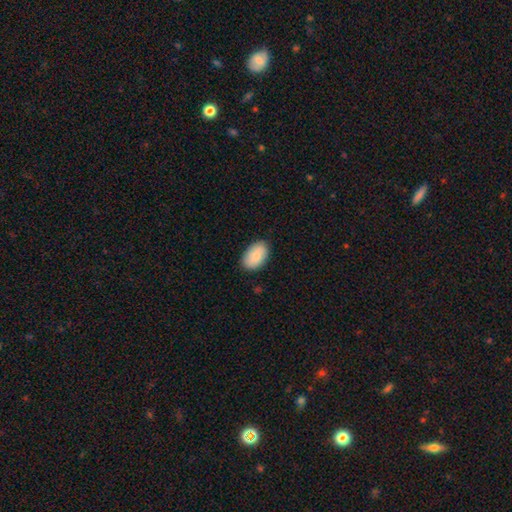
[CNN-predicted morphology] A smooth galaxy with no disk features (83%) that is in between round and cigar-shaped (92%).

Vote fractions:
- Smooth or featured? smooth: 83% / featured or disk: 11% / star or artifact: 6%
- How rounded? in between: 92% / round: 7% / cigar-shaped: 1%
- Merging? none: 85% / minor disturbance: 12% / major disturbance: 2% / merger: 1%